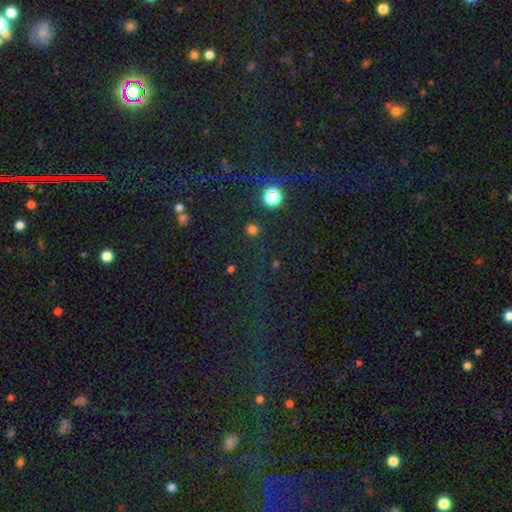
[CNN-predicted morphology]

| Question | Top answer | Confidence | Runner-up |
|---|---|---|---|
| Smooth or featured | star or artifact | 73% | smooth (18%) |